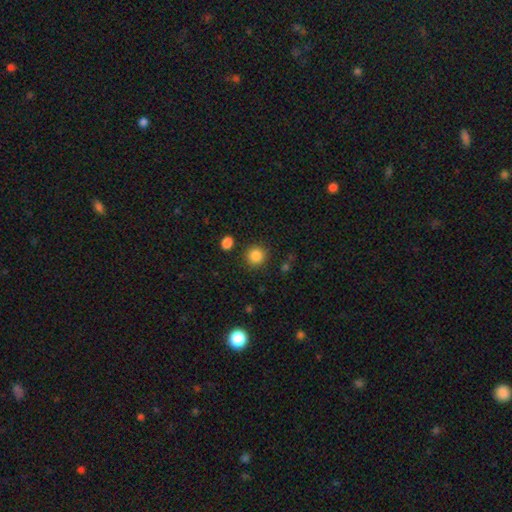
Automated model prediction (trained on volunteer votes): This appears to be a smooth galaxy with no disk features (86%) that is round (92%). Merging: none (87%).